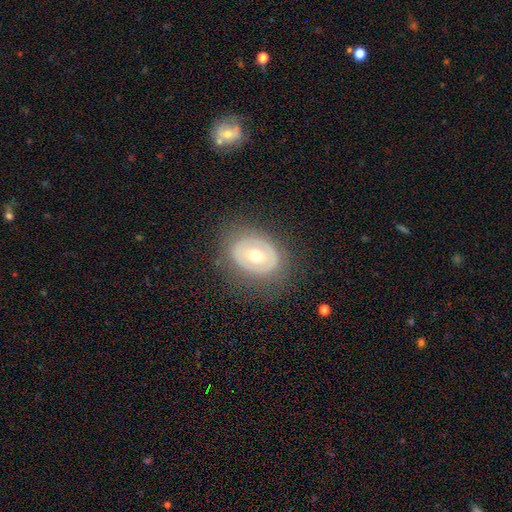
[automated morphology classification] featured or disk 53%, smooth 40%, star or artifact 7%. Down the decision tree: edge-on disk — no (93%); merging — none (75%).